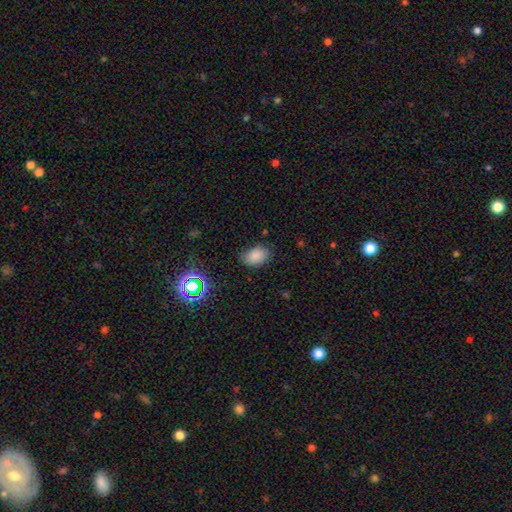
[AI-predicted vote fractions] smooth_or_featured: smooth (p=0.81) [alt: star or artifact p=0.13]
how_rounded: in between (p=0.83) [alt: round p=0.16]
merging: none (p=0.78) [alt: minor disturbance p=0.17]